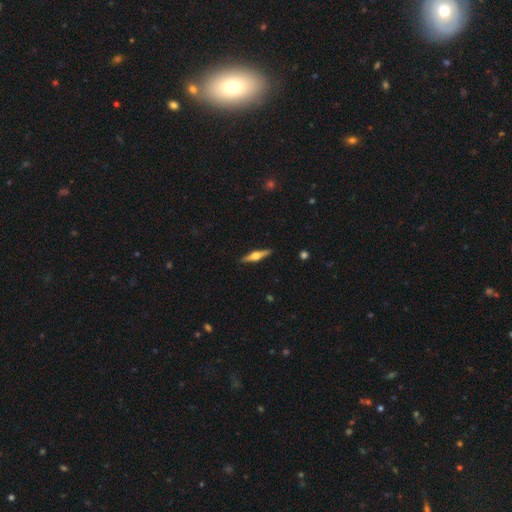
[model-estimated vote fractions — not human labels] A featured or disk galaxy (74%) viewed edge-on (98%) with a rounded central bulge (94%). Merging: none (91%).